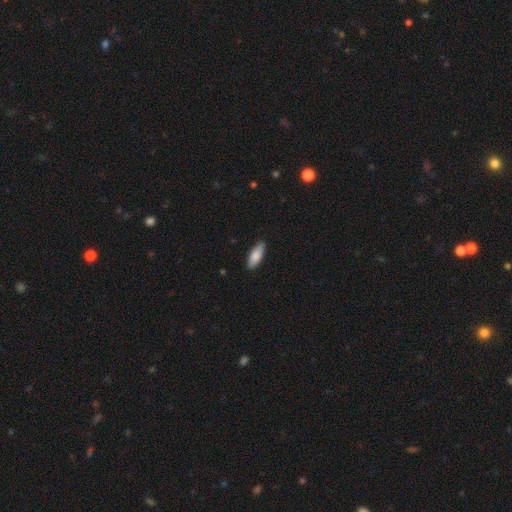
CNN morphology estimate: smooth-or-featured: smooth: 83% | featured or disk: 11% | star or artifact: 6%
  how-rounded: in between: 66% | cigar-shaped: 32% | round: 2%
  merging: none: 88% | minor disturbance: 10% | major disturbance: 2% | merger: 1%